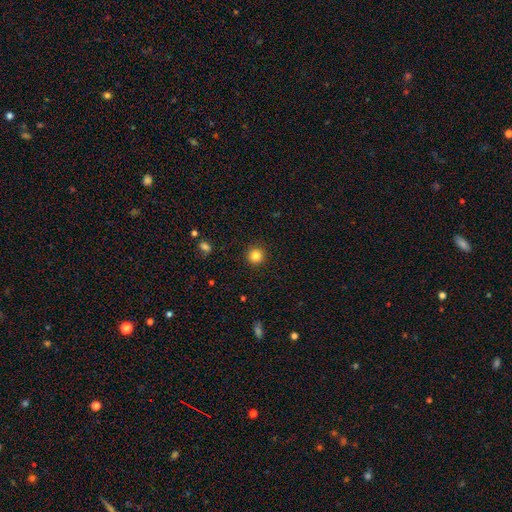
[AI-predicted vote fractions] Smooth or featured: smooth — 83% (star or artifact — 12%)
How rounded: round — 95% (in between — 4%)
Merging: none — 92% (minor disturbance — 5%)